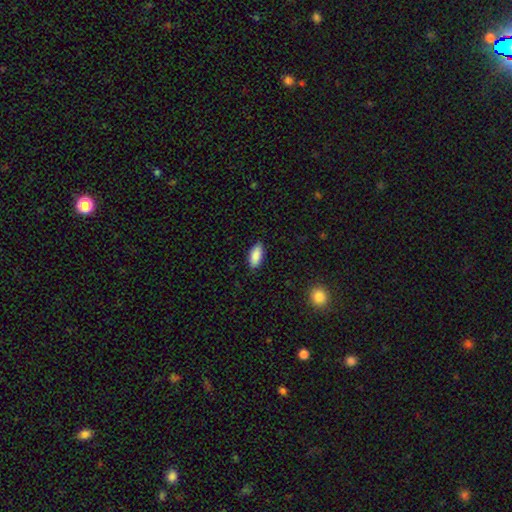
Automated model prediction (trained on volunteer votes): smooth 89%, star or artifact 6%, featured or disk 4%. Down the decision tree: how rounded — in between (86%); merging — none (87%).